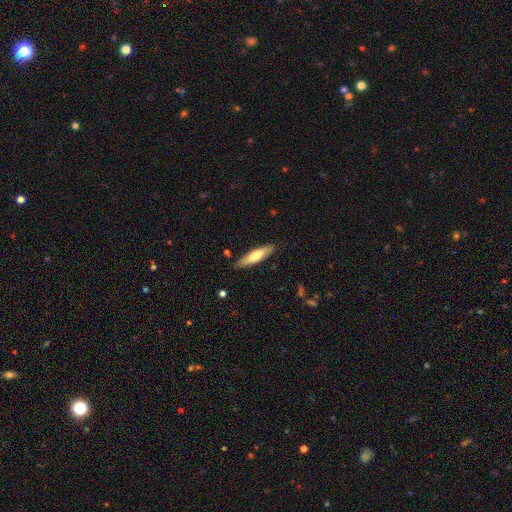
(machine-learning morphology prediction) A smooth galaxy with no disk features (64%) that is cigar-shaped (73%). Merging: none (85%).